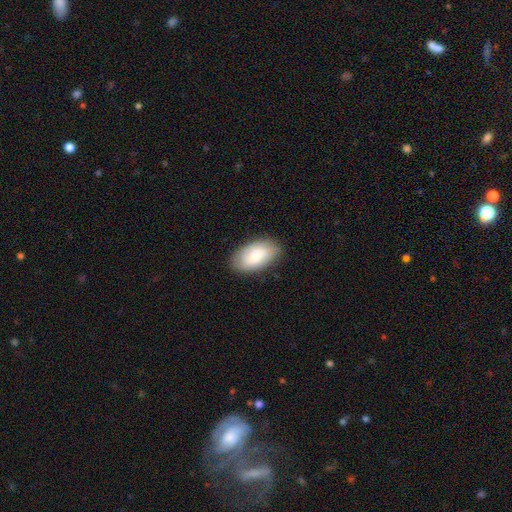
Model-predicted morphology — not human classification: Smooth or featured?
  - smooth: 73% *
  - featured or disk: 21%
  - star or artifact: 6%
How rounded?
  - in between: 94% *
  - round: 4%
  - cigar-shaped: 2%
Merging?
  - none: 84% *
  - minor disturbance: 12%
  - major disturbance: 3%
  - merger: 1%